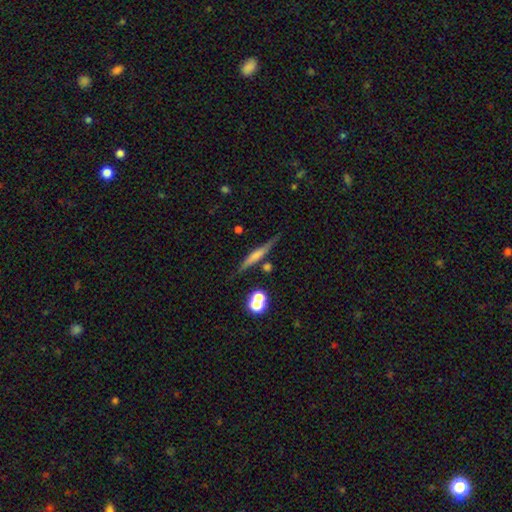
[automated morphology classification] The model was most divided on "smooth or featured": smooth: 47%, featured or disk: 44%, star or artifact: 9%. More confident: merging — none (73%).